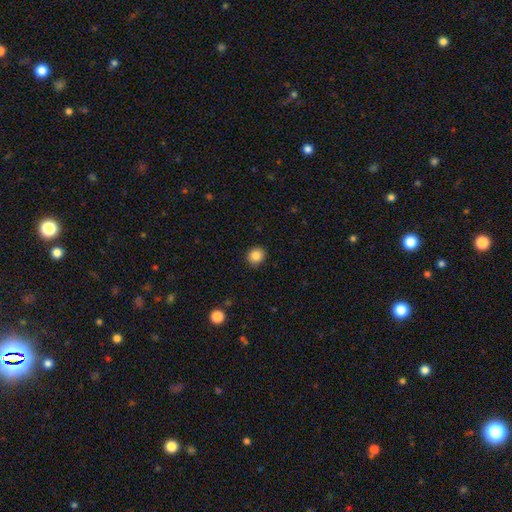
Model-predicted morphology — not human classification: Smooth or featured: smooth — 86% (star or artifact — 10%)
How rounded: round — 83% (in between — 16%)
Merging: none — 90% (minor disturbance — 7%)